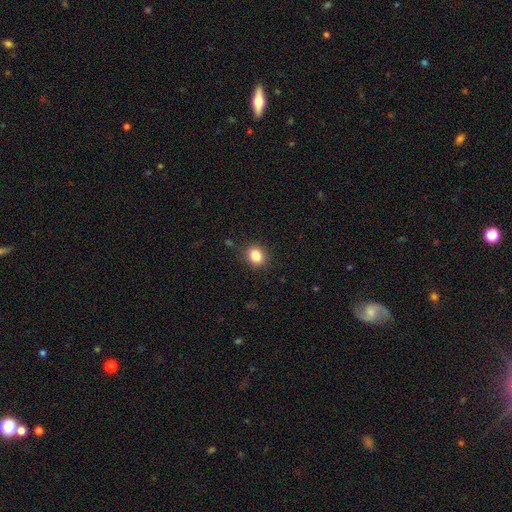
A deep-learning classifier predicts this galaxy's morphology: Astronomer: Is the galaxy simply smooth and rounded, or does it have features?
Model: smooth — 84%.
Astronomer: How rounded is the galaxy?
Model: round — 63%.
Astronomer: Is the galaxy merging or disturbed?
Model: none — 87%.